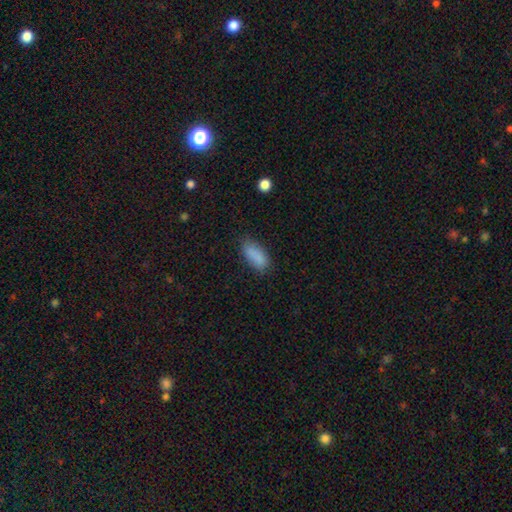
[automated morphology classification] type=smooth (86%); roundness=in between (85%); merging=none (73%).